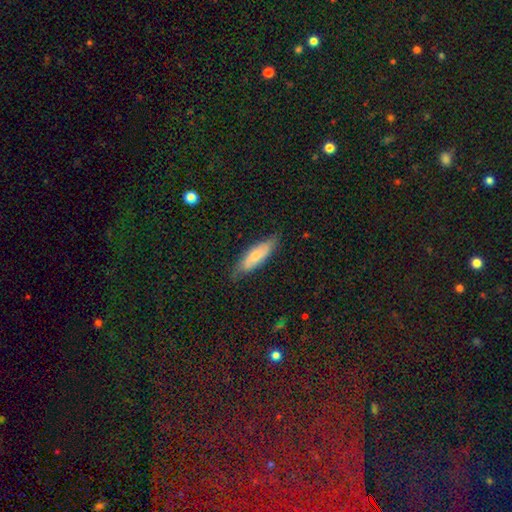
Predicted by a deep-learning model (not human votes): A smooth galaxy with no disk features (61%) that is in between round and cigar-shaped (53%). Merging: none (75%).